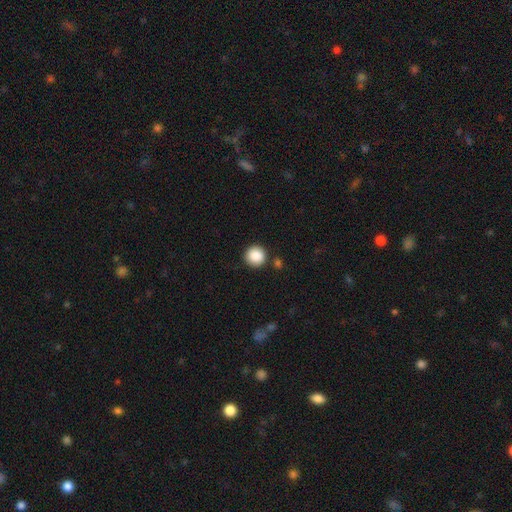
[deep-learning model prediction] smooth-or-featured: smooth: 88% | star or artifact: 9% | featured or disk: 3%
  how-rounded: round: 95% | in between: 4% | cigar-shaped: 1%
  merging: none: 87% | minor disturbance: 7% | merger: 3% | major disturbance: 2%